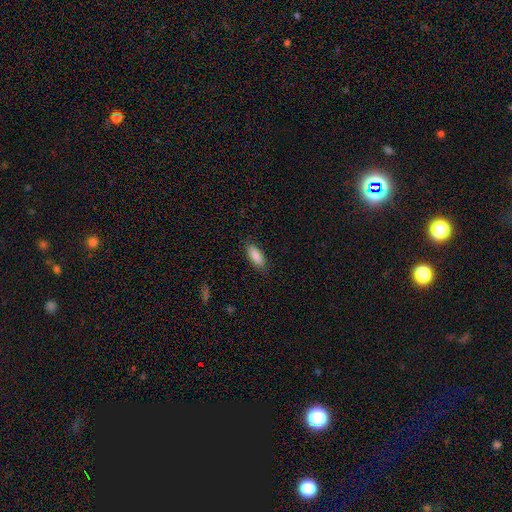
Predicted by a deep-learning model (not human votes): A smooth galaxy with no disk features (88%) that is in between round and cigar-shaped (78%).

Vote fractions:
- Smooth or featured? smooth: 88% / star or artifact: 6% / featured or disk: 6%
- How rounded? in between: 78% / cigar-shaped: 20% / round: 2%
- Merging? none: 85% / minor disturbance: 11% / major disturbance: 3% / merger: 1%